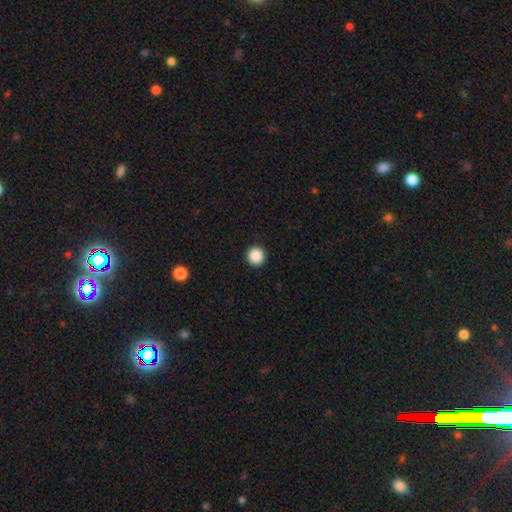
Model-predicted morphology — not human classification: smooth_or_featured: smooth (p=0.88) [alt: star or artifact p=0.09]
how_rounded: round (p=0.96) [alt: in between p=0.03]
merging: none (p=0.93) [alt: minor disturbance p=0.04]